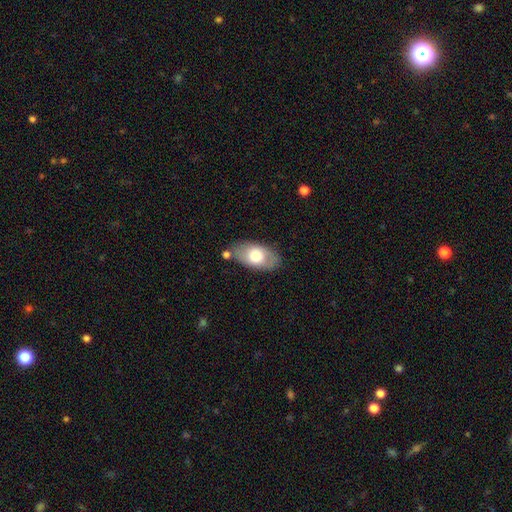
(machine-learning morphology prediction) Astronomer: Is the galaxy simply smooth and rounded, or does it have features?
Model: smooth — 67%.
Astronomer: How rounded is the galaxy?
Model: in between — 92%.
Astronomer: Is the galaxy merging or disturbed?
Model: none — 73%.